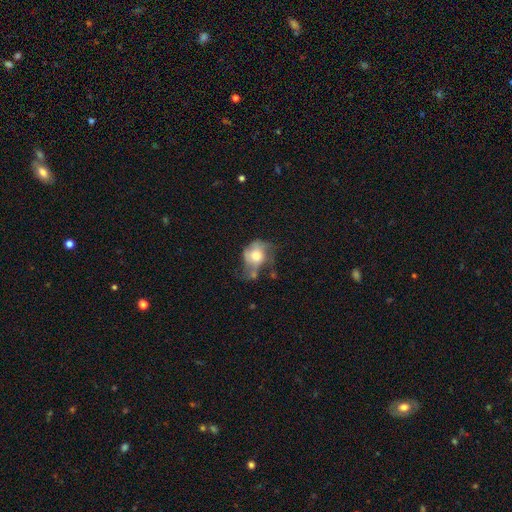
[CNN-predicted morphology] Q: Smooth or featured?
A: smooth (51%); runner-up: featured or disk (40%)
Q: How rounded?
A: in between (50%); runner-up: round (48%)
Q: Merging?
A: major disturbance (38%); runner-up: minor disturbance (26%)